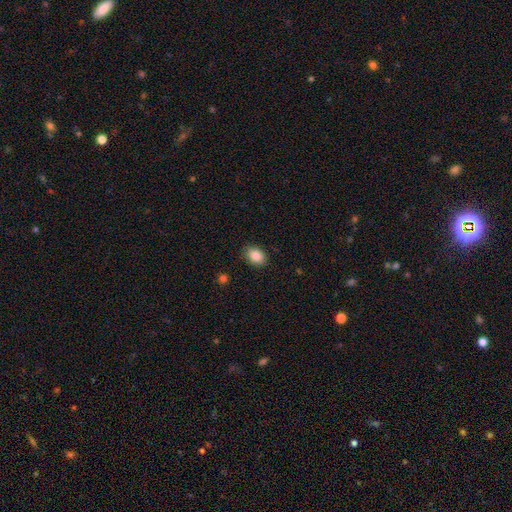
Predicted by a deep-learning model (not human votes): Smooth or featured?
  - smooth: 87% *
  - star or artifact: 8%
  - featured or disk: 5%
How rounded?
  - in between: 75% *
  - round: 24%
  - cigar-shaped: 1%
Merging?
  - none: 87% *
  - minor disturbance: 10%
  - major disturbance: 2%
  - merger: 1%